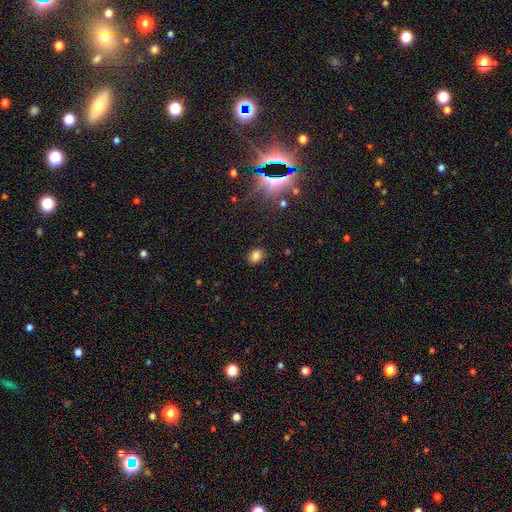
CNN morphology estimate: A smooth galaxy with no disk features (80%) that is in between round and cigar-shaped (61%).

Vote fractions:
- Smooth or featured? smooth: 80% / star or artifact: 14% / featured or disk: 6%
- How rounded? in between: 61% / round: 37% / cigar-shaped: 1%
- Merging? none: 84% / minor disturbance: 11% / major disturbance: 3% / merger: 2%